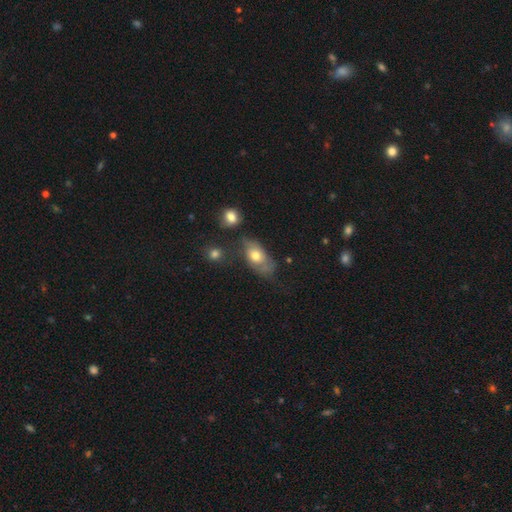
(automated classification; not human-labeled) Q: Smooth or featured?
A: smooth (64%); runner-up: featured or disk (27%)
Q: How rounded?
A: in between (85%); runner-up: round (12%)
Q: Merging?
A: none (38%); runner-up: minor disturbance (30%)